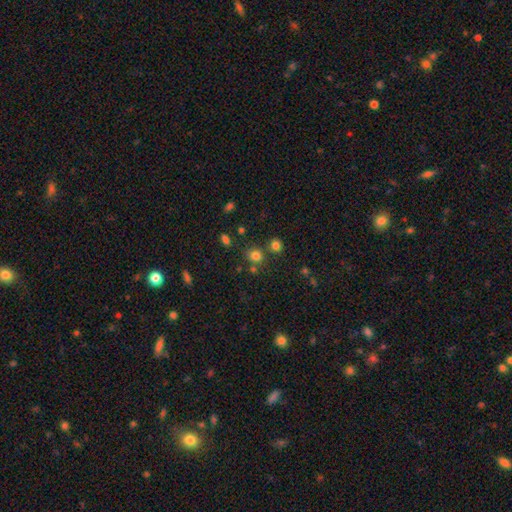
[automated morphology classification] smooth_or_featured: smooth (p=0.77) [alt: star or artifact p=0.17]
how_rounded: round (p=0.78) [alt: in between p=0.21]
merging: none (p=0.70) [alt: merger p=0.15]